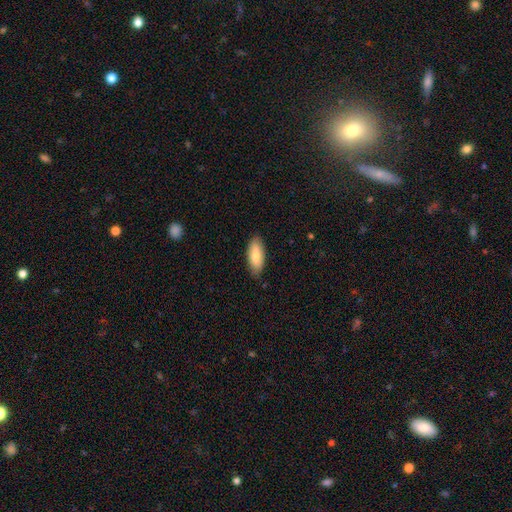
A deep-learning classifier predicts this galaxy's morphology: The model was most divided on "smooth or featured": smooth: 79%, featured or disk: 16%, star or artifact: 6%. More confident: how rounded — in between (84%); merging — none (82%).